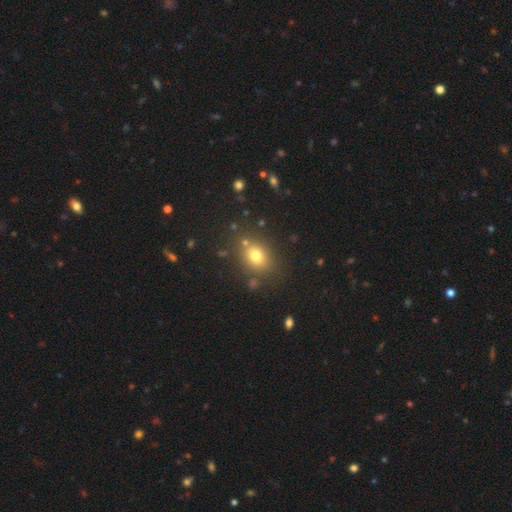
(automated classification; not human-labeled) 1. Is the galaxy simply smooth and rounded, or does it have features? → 75% smooth, 15% star or artifact, 10% featured or disk.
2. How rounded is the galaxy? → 50% in between, 49% round, 1% cigar-shaped.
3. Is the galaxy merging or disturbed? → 79% none, 11% minor disturbance, 6% merger, 4% major disturbance.